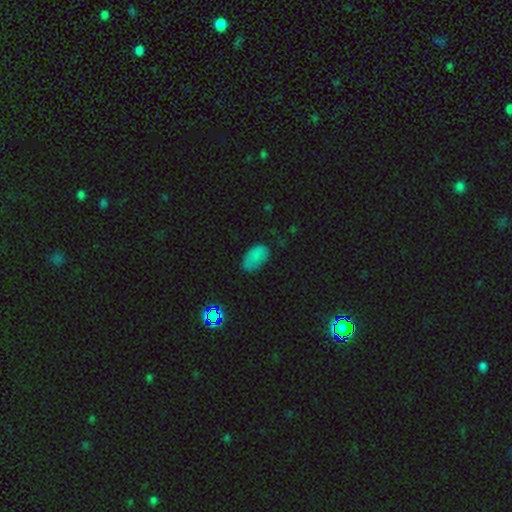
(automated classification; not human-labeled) Overall: smooth (78%). How rounded: in between (93%). Merging: none (66%).